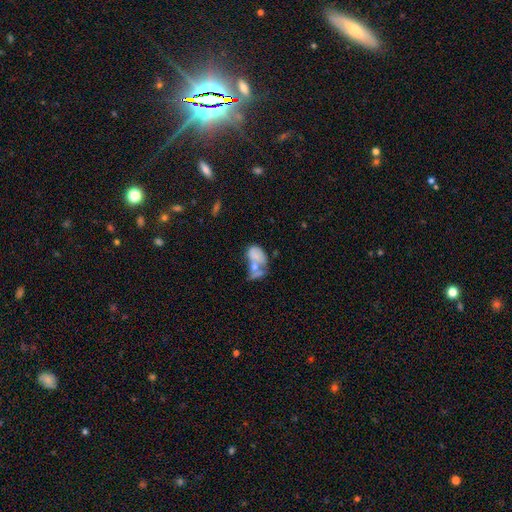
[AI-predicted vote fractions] smooth-or-featured: smooth: 63% | featured or disk: 28% | star or artifact: 9%
  how-rounded: in between: 86% | round: 12% | cigar-shaped: 2%
  merging: merger: 59% | none: 15% | major disturbance: 13% | minor disturbance: 12%